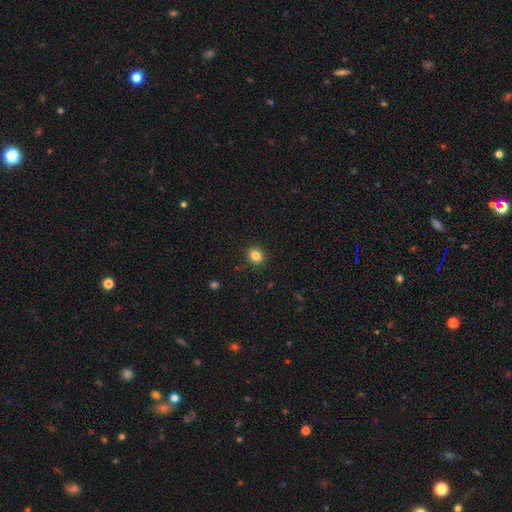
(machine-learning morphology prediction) Smooth or featured? smooth (84%)
How rounded? round (53%)
Merging? none (88%)